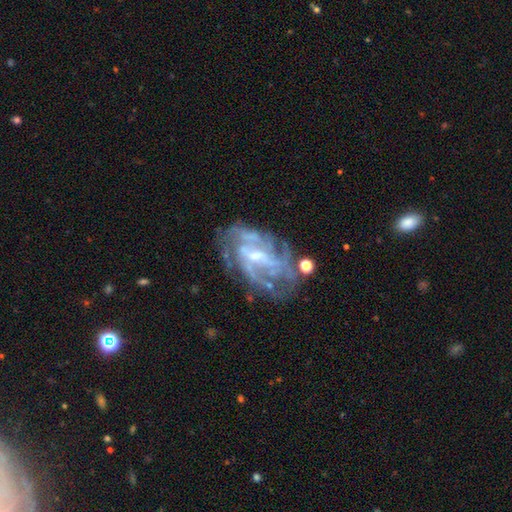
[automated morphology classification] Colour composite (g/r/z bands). It shows a featured or disk galaxy (84%) with a weak bar (49%), medium (42%) spiral arms (83%) and a small central bulge (51%). Merging: none (55%).